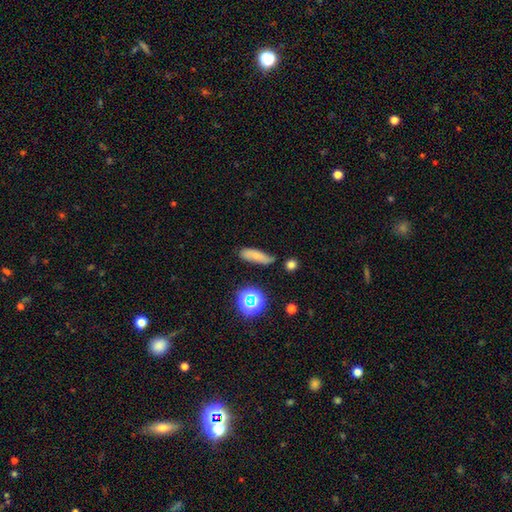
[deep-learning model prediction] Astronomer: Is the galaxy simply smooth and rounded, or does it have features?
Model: smooth — 69%.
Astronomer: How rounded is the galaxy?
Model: cigar-shaped — 57% (runner-up: in between, 37%).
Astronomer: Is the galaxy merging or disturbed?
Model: none — 68%.